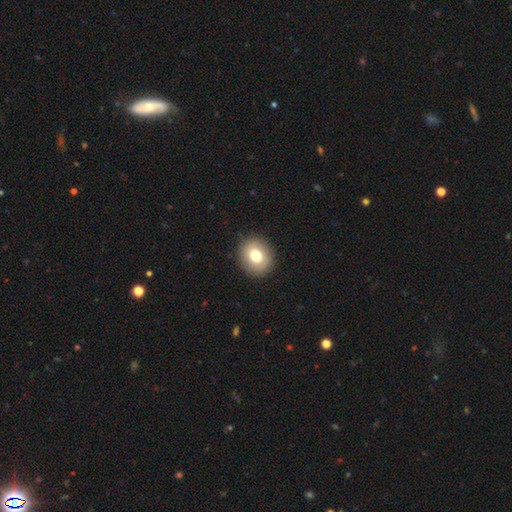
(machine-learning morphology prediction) Smooth or featured? Predicted: smooth (p=0.77). How rounded? Predicted: round (p=0.74). Merging? Predicted: none (p=0.91).